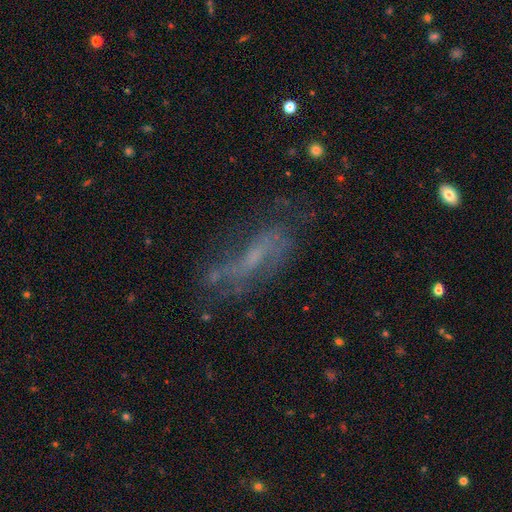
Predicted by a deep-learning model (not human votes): A featured or disk galaxy (60%).

Vote fractions:
- Smooth or featured? featured or disk: 60% / smooth: 27% / star or artifact: 13%
- Edge-on disk? no: 82% / yes: 18%
- Merging? none: 48% / major disturbance: 24% / minor disturbance: 23% / merger: 5%